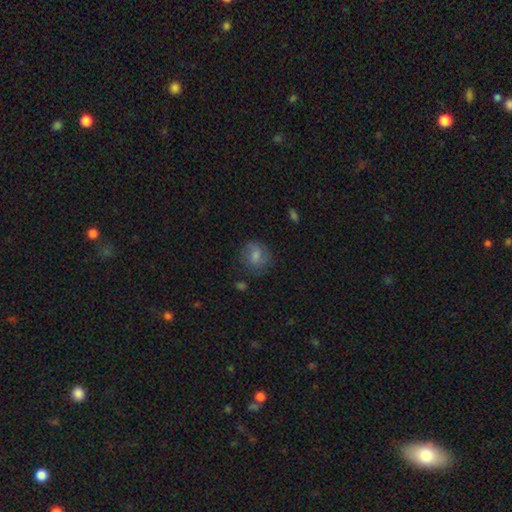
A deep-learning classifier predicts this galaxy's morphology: Smooth or featured?
  - smooth: 72% *
  - featured or disk: 19%
  - star or artifact: 9%
How rounded?
  - round: 72% *
  - in between: 26%
  - cigar-shaped: 1%
Merging?
  - none: 70% *
  - minor disturbance: 20%
  - major disturbance: 8%
  - merger: 2%